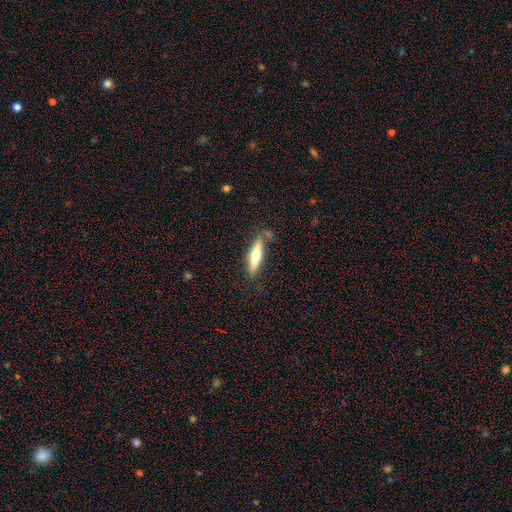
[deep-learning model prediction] Q: Smooth or featured?
A: smooth (51%); runner-up: featured or disk (43%)
Q: How rounded?
A: cigar-shaped (83%); runner-up: in between (16%)
Q: Merging?
A: none (76%); runner-up: minor disturbance (16%)